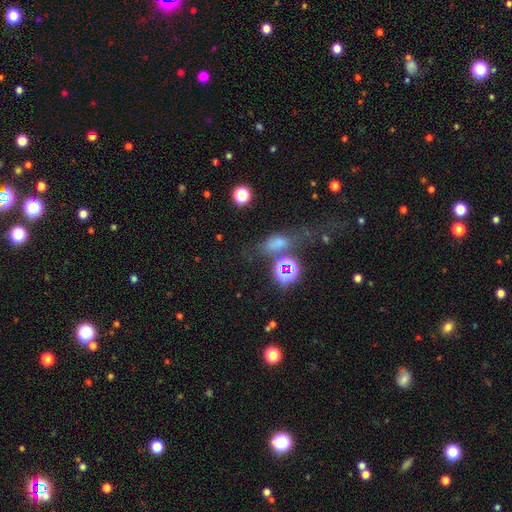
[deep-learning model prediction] Q: Smooth or featured?
A: star or artifact (61%); runner-up: smooth (25%)